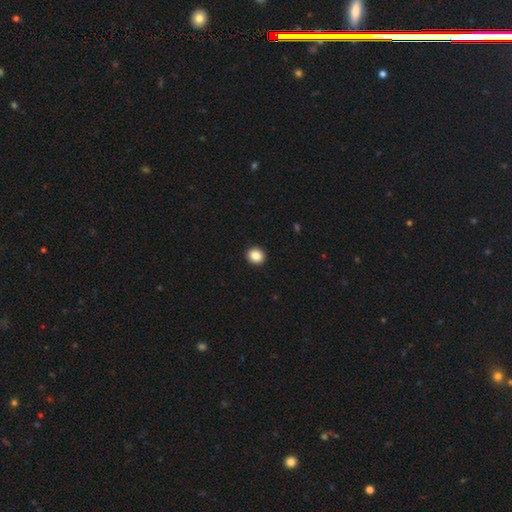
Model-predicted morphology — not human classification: A smooth galaxy with no disk features (86%) that is round (82%). Merging: none (93%).